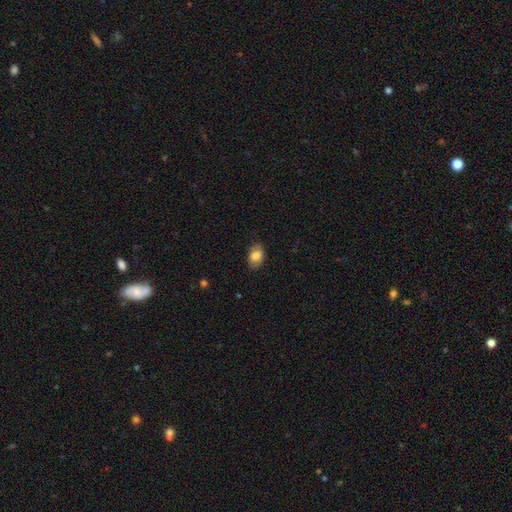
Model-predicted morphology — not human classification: Smooth or featured: smooth — 81% (featured or disk — 11%)
How rounded: in between — 88% (round — 11%)
Merging: none — 83% (minor disturbance — 13%)